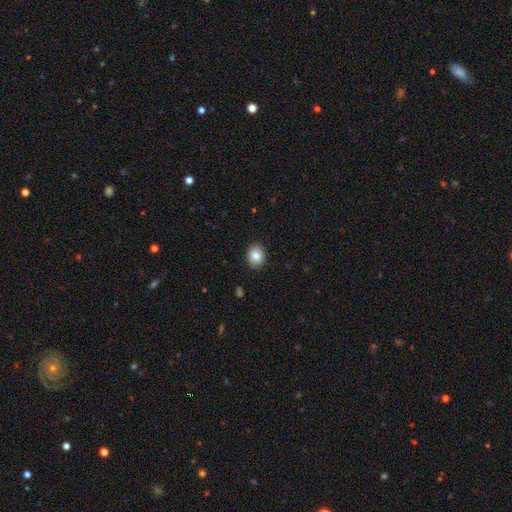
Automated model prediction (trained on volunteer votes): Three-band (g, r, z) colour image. It shows a smooth galaxy with no disk features (84%) that is round (52%). Merging: none (90%).